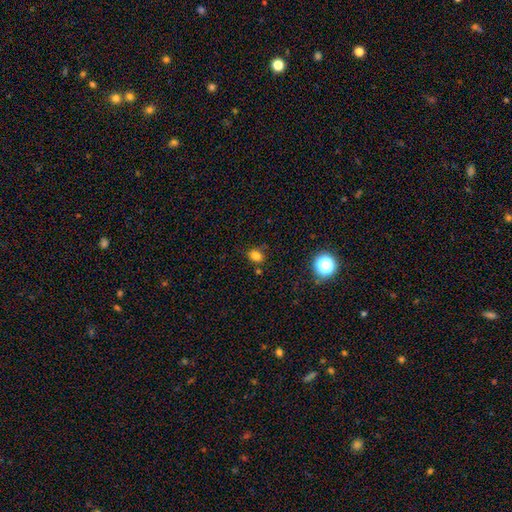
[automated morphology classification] This appears to be a smooth galaxy with no disk features (78%) that is round (51%). Merging: none (73%).